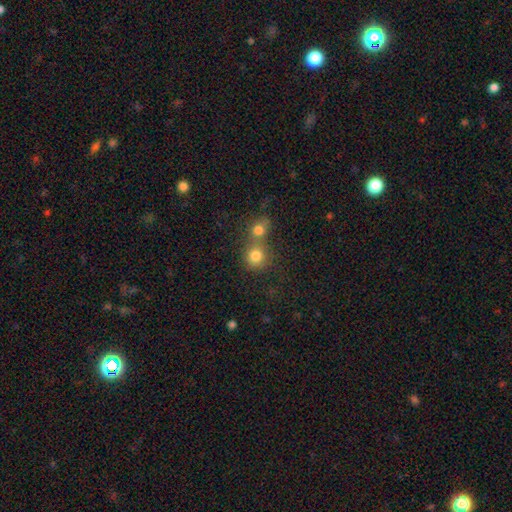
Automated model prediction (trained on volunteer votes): Smooth or featured: smooth — 79% (star or artifact — 13%)
How rounded: round — 87% (in between — 12%)
Merging: merger — 46% (none — 44%)